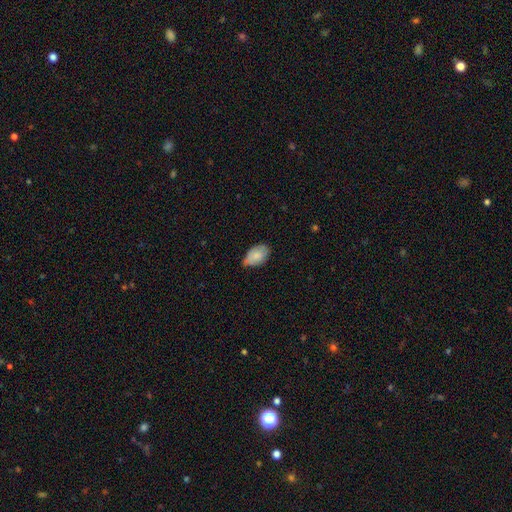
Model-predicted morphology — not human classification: Overall: smooth (79%). How rounded: in between (91%). Merging: none (50%; minor disturbance 42%).